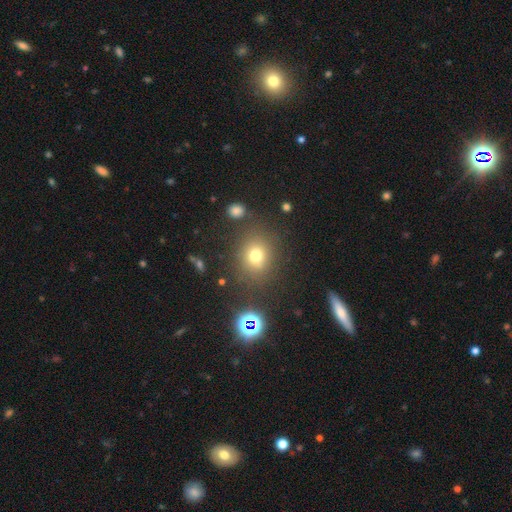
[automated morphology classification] A smooth galaxy with no disk features (71%) that is round (73%).

Vote fractions:
- Smooth or featured? smooth: 71% / star or artifact: 19% / featured or disk: 10%
- How rounded? round: 73% / in between: 26% / cigar-shaped: 1%
- Merging? none: 79% / minor disturbance: 11% / major disturbance: 5% / merger: 5%